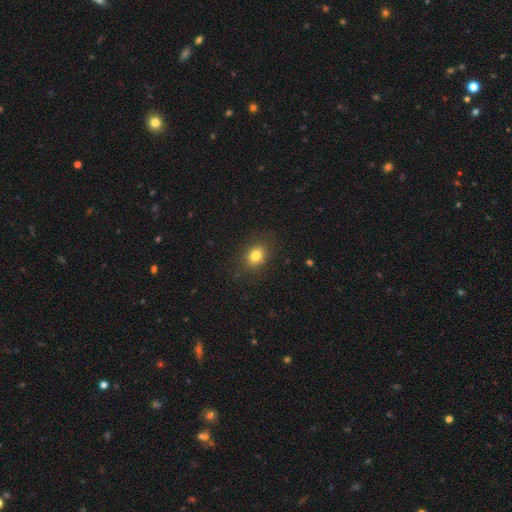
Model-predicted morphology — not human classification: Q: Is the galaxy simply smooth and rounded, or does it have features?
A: smooth — 81%.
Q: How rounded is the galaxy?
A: in between — 55%.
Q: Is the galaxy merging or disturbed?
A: none — 85%.